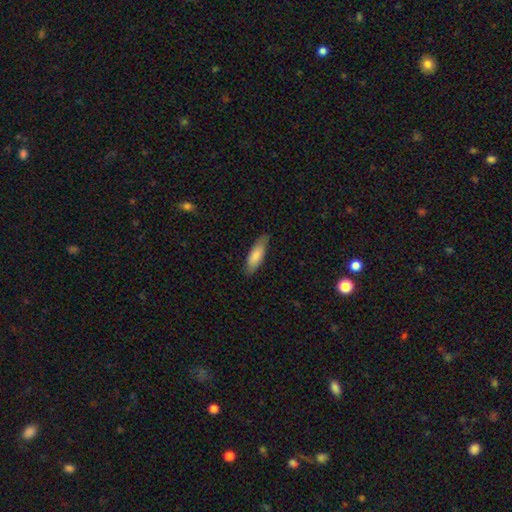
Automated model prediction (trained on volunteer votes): This is clearly a smooth galaxy (81%). How rounded: possibly in between (51%). Merging: likely none (80%).